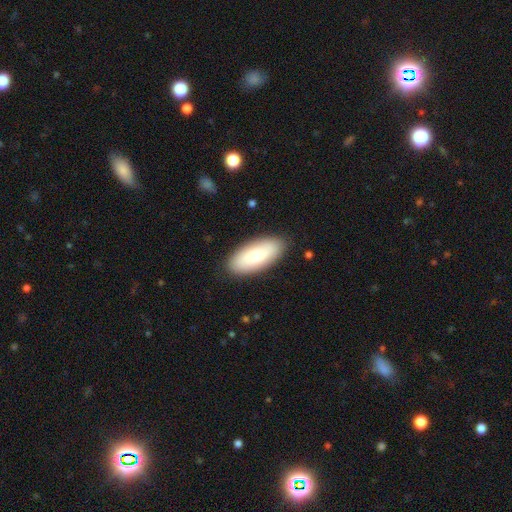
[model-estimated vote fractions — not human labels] This appears to be a smooth galaxy with no disk features (73%) that is in between round and cigar-shaped (89%). Merging: none (88%).